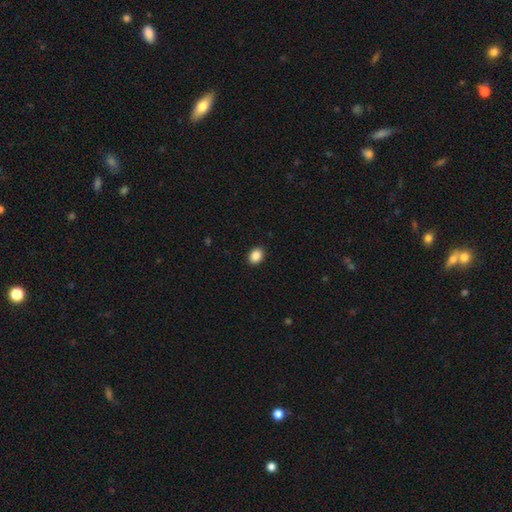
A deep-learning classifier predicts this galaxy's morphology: A smooth galaxy with no disk features (88%) that is in between round and cigar-shaped (66%).

Vote fractions:
- Smooth or featured? smooth: 88% / star or artifact: 9% / featured or disk: 3%
- How rounded? in between: 66% / round: 33% / cigar-shaped: 1%
- Merging? none: 91% / minor disturbance: 6% / major disturbance: 2% / merger: 1%